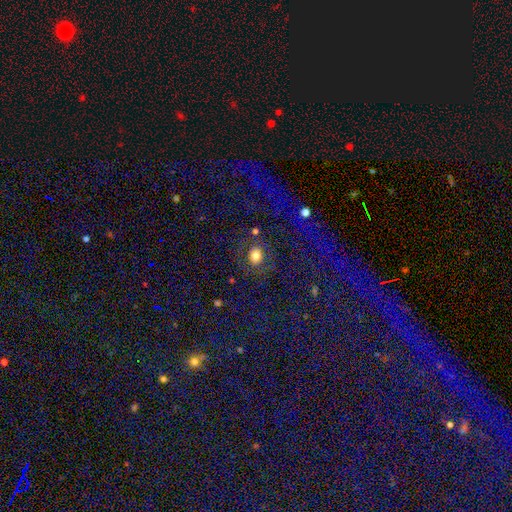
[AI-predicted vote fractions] The model was most divided on "how rounded": round: 57%, in between: 42%, cigar-shaped: 1%. More confident: merging — none (79%); smooth or featured — smooth (73%).